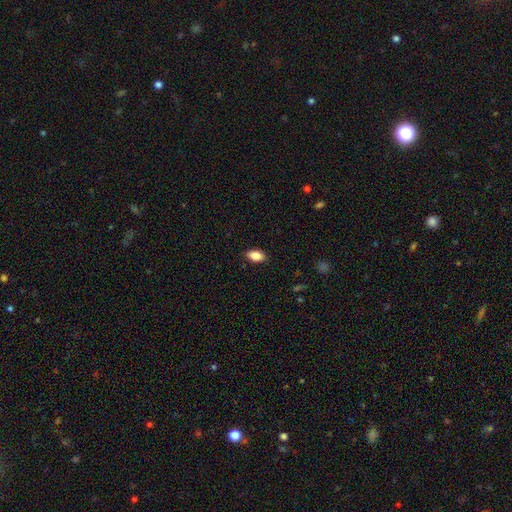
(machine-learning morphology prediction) The model was most divided on "smooth or featured": smooth: 85%, star or artifact: 8%, featured or disk: 8%. More confident: how rounded — in between (91%); merging — none (87%).